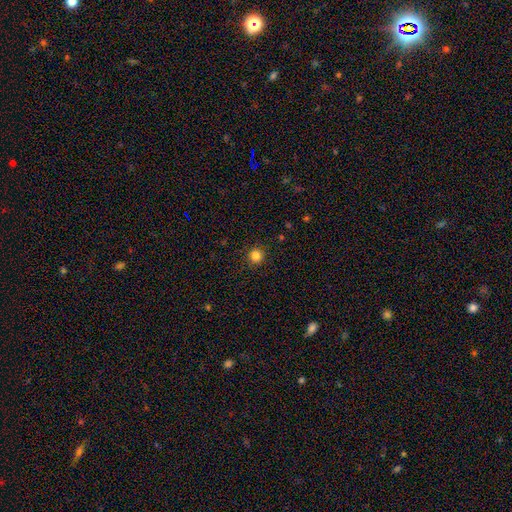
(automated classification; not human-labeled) Smooth or featured: smooth — 83% (star or artifact — 12%)
How rounded: round — 91% (in between — 8%)
Merging: none — 91% (minor disturbance — 6%)